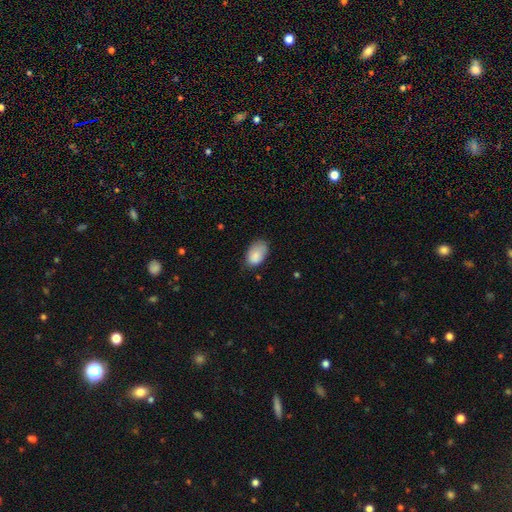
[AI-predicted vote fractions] Smooth or featured: smooth — 86% (featured or disk — 8%)
How rounded: in between — 91% (round — 8%)
Merging: none — 62% (minor disturbance — 30%)